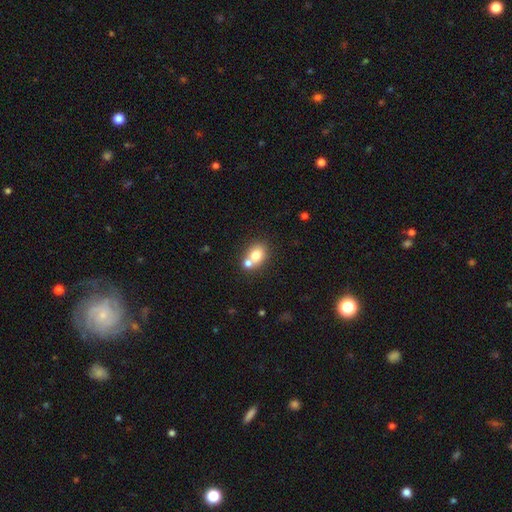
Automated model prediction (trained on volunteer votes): Smooth or featured: smooth — 74% (featured or disk — 16%)
How rounded: round — 50% (in between — 49%)
Merging: merger — 47% (none — 41%)